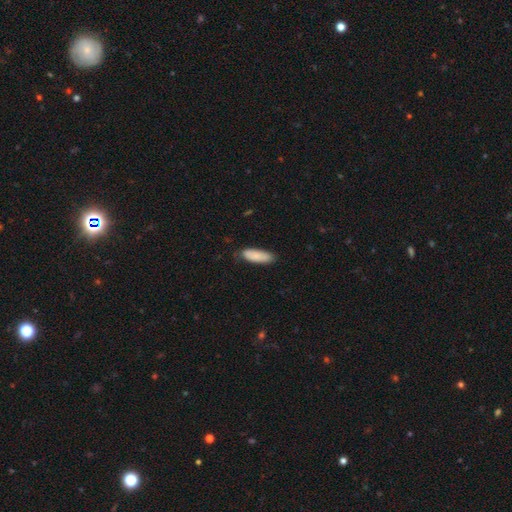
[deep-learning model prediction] Morphology: type=smooth (85%); roundness=in between (60%); merging=none (76%).